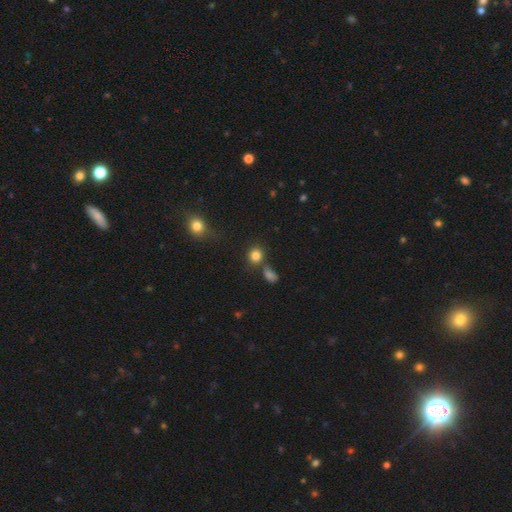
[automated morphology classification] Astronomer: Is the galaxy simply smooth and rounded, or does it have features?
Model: smooth — 82%.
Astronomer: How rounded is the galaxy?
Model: round — 82%.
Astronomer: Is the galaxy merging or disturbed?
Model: none — 66%.